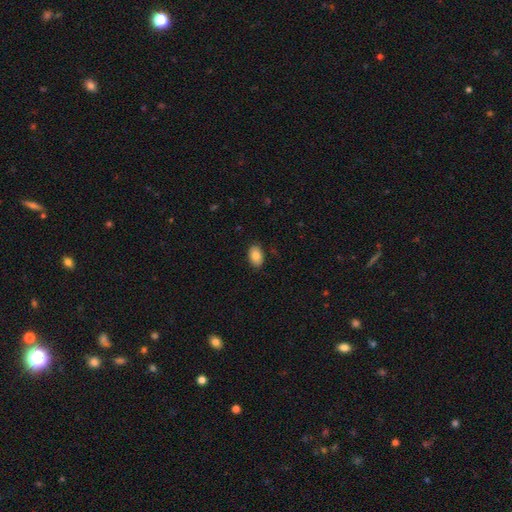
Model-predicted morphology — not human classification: The model was most divided on "smooth or featured": smooth: 84%, featured or disk: 8%, star or artifact: 8%. More confident: how rounded — in between (88%); merging — none (88%).